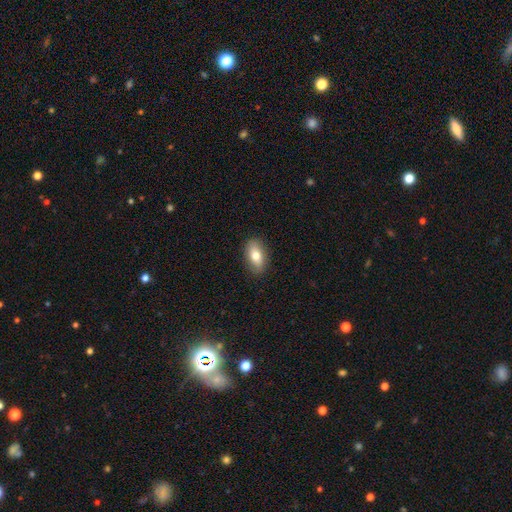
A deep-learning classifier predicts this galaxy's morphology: A smooth galaxy with no disk features (73%) that is in between round and cigar-shaped (89%). Merging: none (88%).